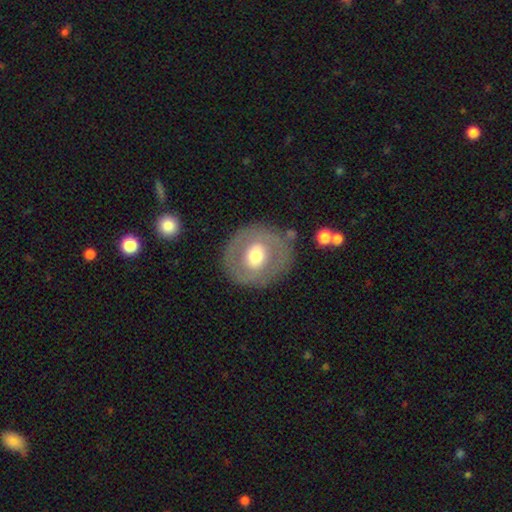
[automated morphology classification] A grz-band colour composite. It shows a featured or disk galaxy (48%). Merging: none (80%).